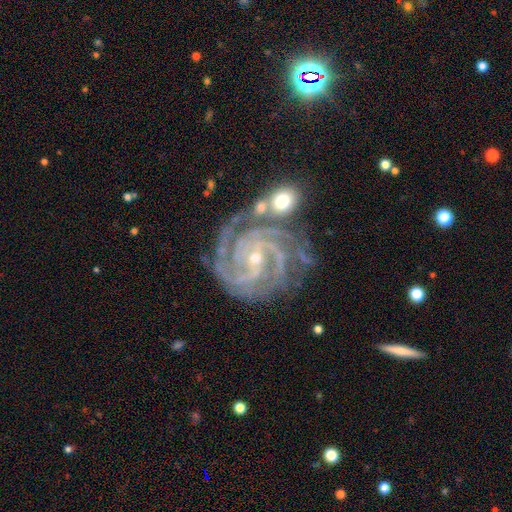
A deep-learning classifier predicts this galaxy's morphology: Smooth or featured: featured or disk — 92% (star or artifact — 5%)
Edge-on disk: no — 98% (yes — 2%)
Bar: no — 45% (weak — 35%)
Spiral arms: yes — 99% (no — 1%)
Spiral winding: tight — 74% (medium — 23%)
Spiral arm count: 3 — 33% (4 — 32%)
Bulge size: small — 76% (moderate — 21%)
Merging: none — 68% (minor disturbance — 18%)